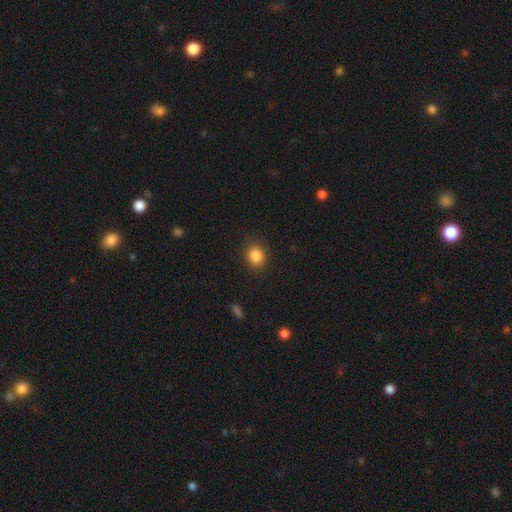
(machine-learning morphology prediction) Smooth or featured?
  - smooth: 86% *
  - star or artifact: 10%
  - featured or disk: 4%
How rounded?
  - round: 74% *
  - in between: 25%
  - cigar-shaped: 1%
Merging?
  - none: 89% *
  - minor disturbance: 8%
  - major disturbance: 3%
  - merger: 1%